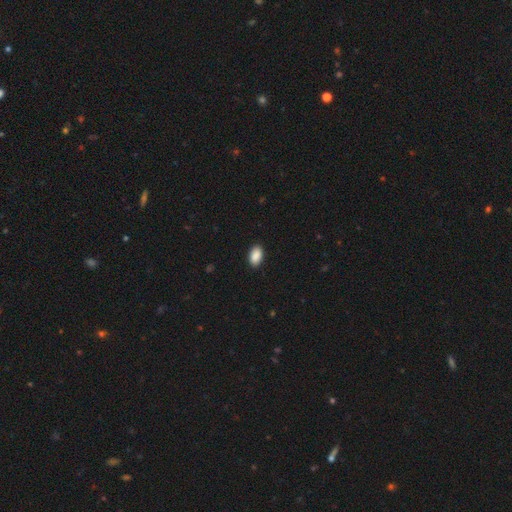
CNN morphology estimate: The model was most divided on "merging": none: 90%, minor disturbance: 8%, major disturbance: 2%, merger: 1%. More confident: how rounded — in between (93%); smooth or featured — smooth (90%).